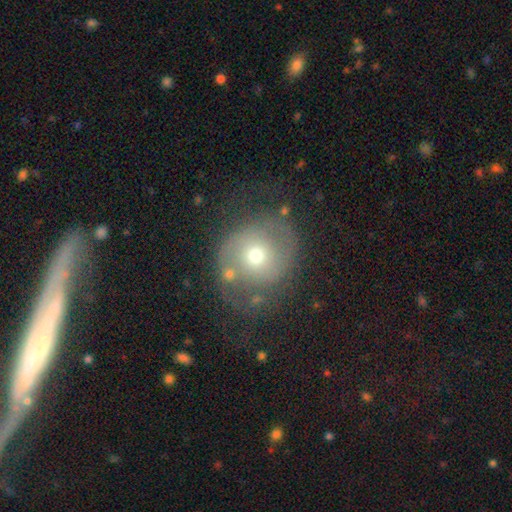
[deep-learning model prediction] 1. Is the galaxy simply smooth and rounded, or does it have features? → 56% featured or disk, 33% smooth, 11% star or artifact.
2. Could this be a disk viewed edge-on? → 97% no, 3% yes.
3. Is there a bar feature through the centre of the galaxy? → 78% no, 16% weak, 5% strong.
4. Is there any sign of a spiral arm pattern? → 65% yes, 35% no.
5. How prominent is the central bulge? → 48% moderate, 47% small, 3% large, 1% dominant, 1% none.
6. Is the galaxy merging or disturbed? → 62% none, 19% minor disturbance, 14% major disturbance, 4% merger.